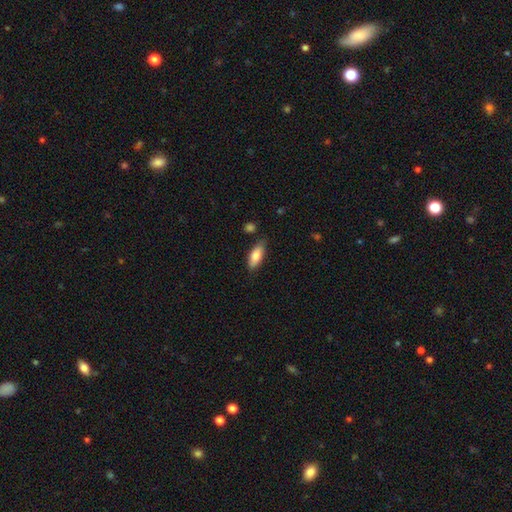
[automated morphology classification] This is clearly a smooth galaxy (80%). How rounded: likely in between (75%). Merging: likely none (75%).